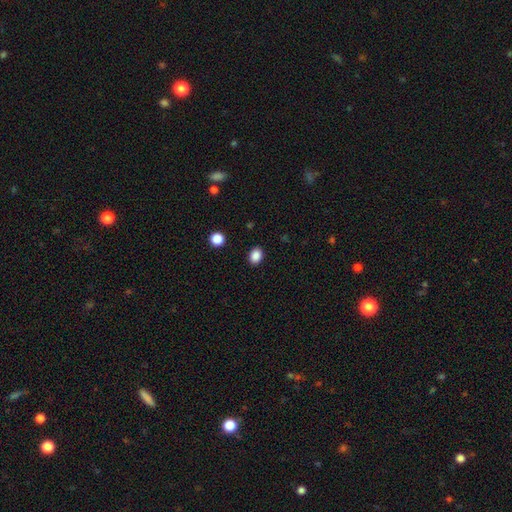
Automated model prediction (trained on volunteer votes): This is clearly a smooth galaxy (87%). How rounded: likely in between (63%). Merging: clearly none (90%).